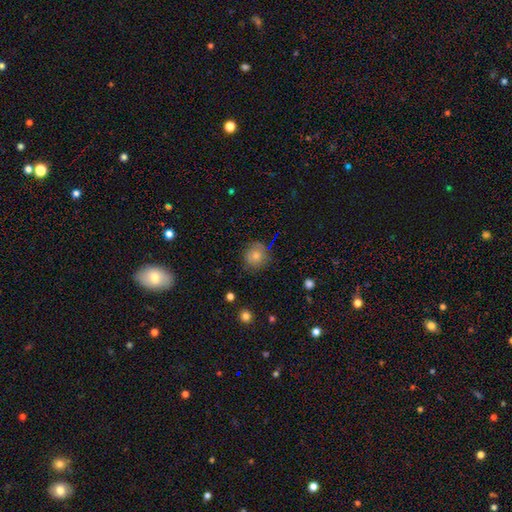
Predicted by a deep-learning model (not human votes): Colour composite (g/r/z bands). It shows a smooth galaxy with no disk features (77%) that is round (87%). Merging: none (76%).